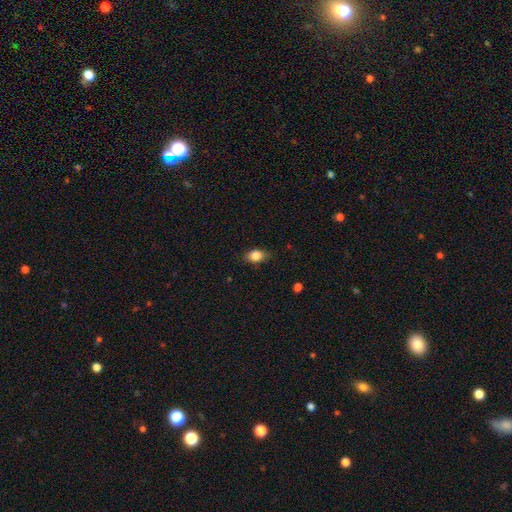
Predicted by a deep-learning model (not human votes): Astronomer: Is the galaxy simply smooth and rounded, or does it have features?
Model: smooth — 84%.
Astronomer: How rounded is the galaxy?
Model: in between — 75%.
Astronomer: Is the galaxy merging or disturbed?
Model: none — 76%.